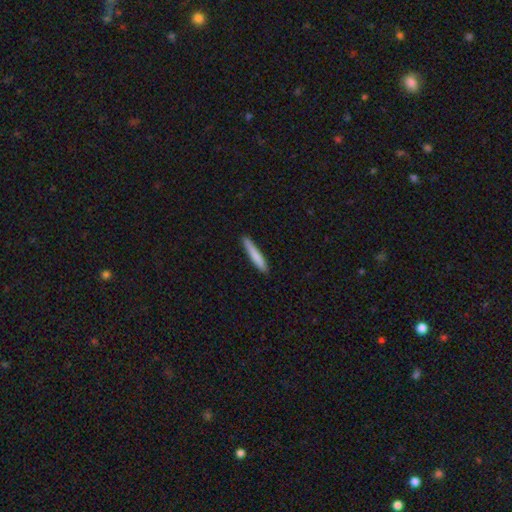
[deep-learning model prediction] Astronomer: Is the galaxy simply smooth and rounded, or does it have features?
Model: smooth — 79%.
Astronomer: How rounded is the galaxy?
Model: cigar-shaped — 94%.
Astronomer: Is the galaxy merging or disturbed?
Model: none — 88%.